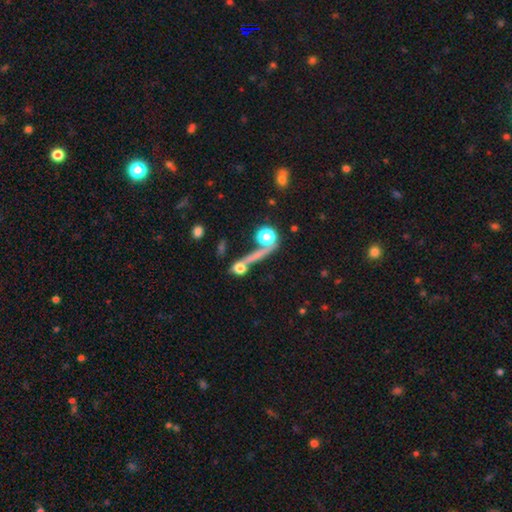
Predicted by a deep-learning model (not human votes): Q: Smooth or featured?
A: smooth (43%); runner-up: star or artifact (29%)
Q: Merging?
A: none (53%); runner-up: merger (24%)